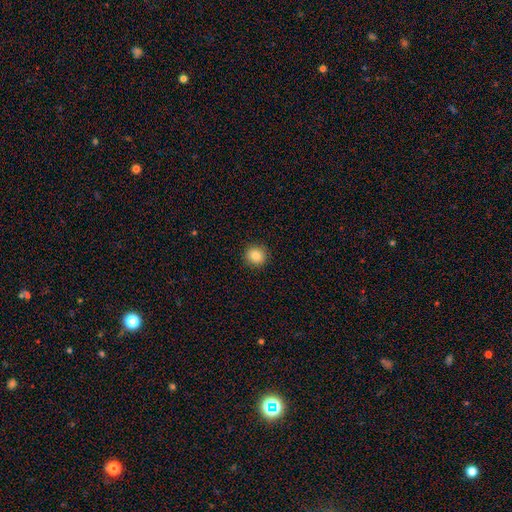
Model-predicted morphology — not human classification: Q: Smooth or featured?
A: smooth (85%); runner-up: star or artifact (10%)
Q: How rounded?
A: round (89%); runner-up: in between (10%)
Q: Merging?
A: none (91%); runner-up: minor disturbance (6%)